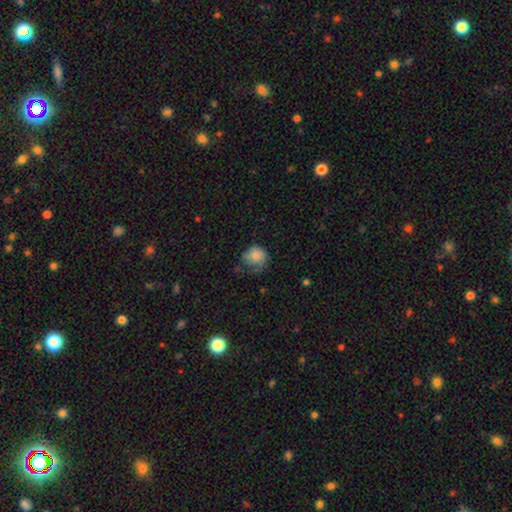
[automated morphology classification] smooth 73%, featured or disk 19%, star or artifact 9%. Down the decision tree: how rounded — round (72%); merging — none (35%).